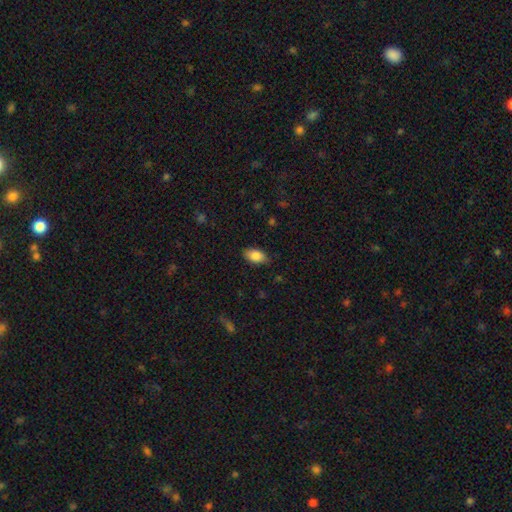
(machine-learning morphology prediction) Q: Smooth or featured?
A: smooth (86%); runner-up: star or artifact (7%)
Q: How rounded?
A: in between (92%); runner-up: round (5%)
Q: Merging?
A: none (84%); runner-up: minor disturbance (12%)